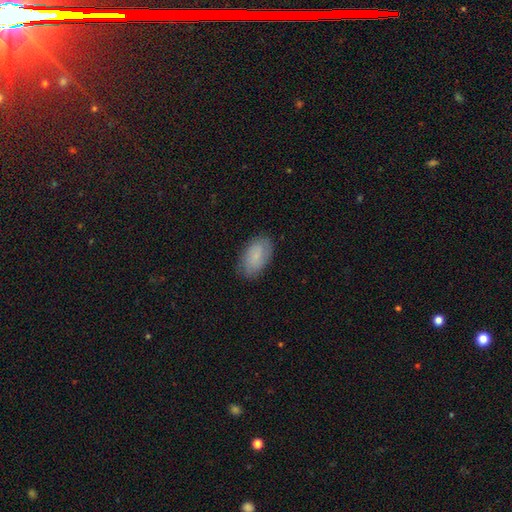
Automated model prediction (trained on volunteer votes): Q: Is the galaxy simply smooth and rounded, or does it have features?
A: smooth — 83%.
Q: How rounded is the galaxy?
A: in between — 94%.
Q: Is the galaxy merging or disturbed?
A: none — 83%.